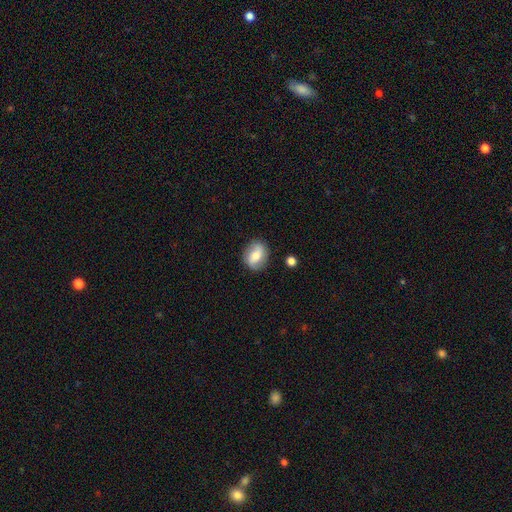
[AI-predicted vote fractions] A smooth galaxy with no disk features (58%) that is in between round and cigar-shaped (50%).

Vote fractions:
- Smooth or featured? smooth: 58% / featured or disk: 34% / star or artifact: 8%
- How rounded? in between: 50% / round: 48% / cigar-shaped: 2%
- Merging? none: 82% / minor disturbance: 12% / major disturbance: 3% / merger: 2%